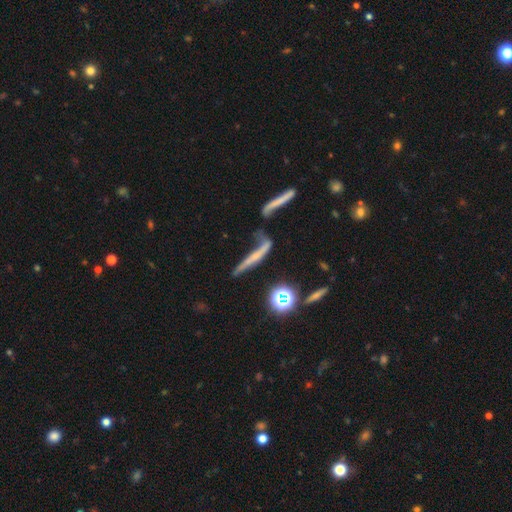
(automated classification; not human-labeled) Q: Smooth or featured?
A: featured or disk (48%); runner-up: smooth (34%)
Q: Merging?
A: merger (31%); runner-up: major disturbance (27%)